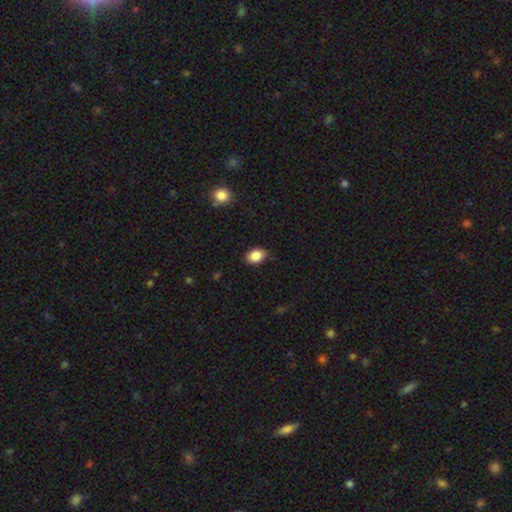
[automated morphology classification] A smooth galaxy with no disk features (87%) that is in between round and cigar-shaped (81%). Merging: none (85%).